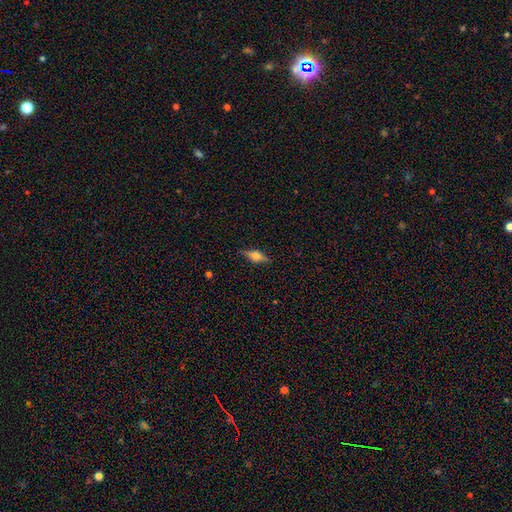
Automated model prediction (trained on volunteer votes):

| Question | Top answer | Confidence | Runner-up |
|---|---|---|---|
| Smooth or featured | featured or disk | 51% | smooth (40%) |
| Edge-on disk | yes | 92% | no (8%) |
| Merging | none | 84% | minor disturbance (13%) |